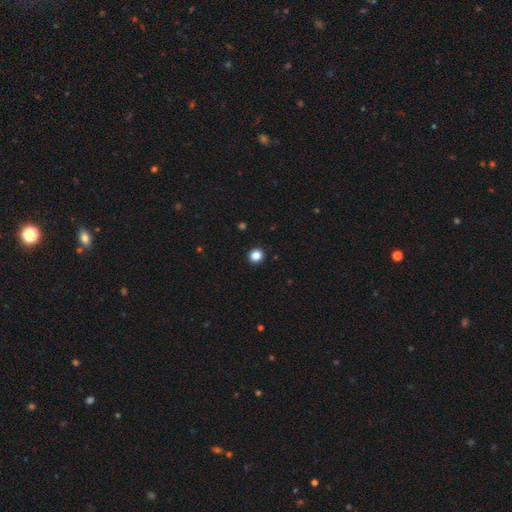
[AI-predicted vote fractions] Smooth or featured?
  - smooth: 85% *
  - star or artifact: 11%
  - featured or disk: 3%
How rounded?
  - round: 90% *
  - in between: 10%
  - cigar-shaped: 1%
Merging?
  - none: 93% *
  - minor disturbance: 4%
  - major disturbance: 2%
  - merger: 1%